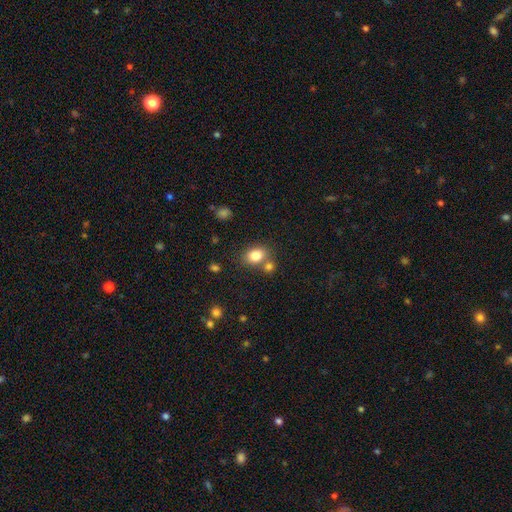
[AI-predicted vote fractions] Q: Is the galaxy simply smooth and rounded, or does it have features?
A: smooth — 81%.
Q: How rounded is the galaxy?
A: in between — 58%.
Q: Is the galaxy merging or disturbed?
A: none — 62%.